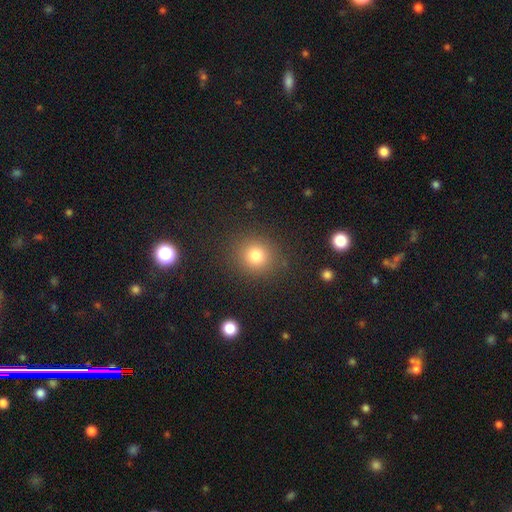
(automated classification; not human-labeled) smooth-or-featured: smooth: 80% | star or artifact: 13% | featured or disk: 7%
  how-rounded: round: 85% | in between: 14% | cigar-shaped: 1%
  merging: none: 87% | minor disturbance: 8% | major disturbance: 4% | merger: 2%